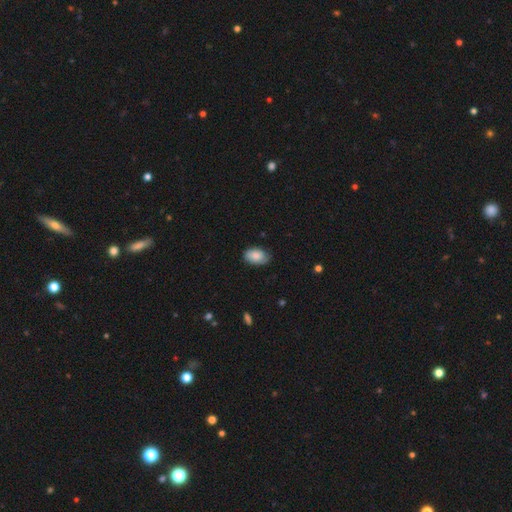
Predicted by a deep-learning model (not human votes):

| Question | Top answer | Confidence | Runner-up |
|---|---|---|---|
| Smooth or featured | smooth | 76% | featured or disk (17%) |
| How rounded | in between | 90% | round (9%) |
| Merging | none | 76% | minor disturbance (20%) |